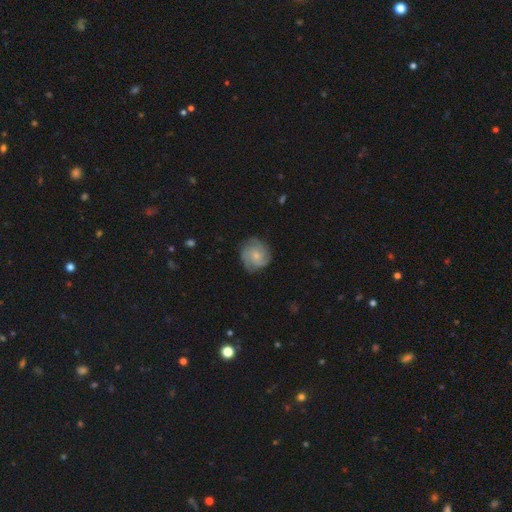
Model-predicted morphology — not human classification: smooth_or_featured: featured or disk (p=0.65) [alt: smooth p=0.28]
disk_edge_on: no (p=0.98) [alt: yes p=0.02]
bar: no (p=0.76) [alt: weak p=0.22]
has_spiral_arms: yes (p=0.93) [alt: no p=0.07]
spiral_winding: tight (p=0.52) [alt: medium p=0.37]
spiral_arm_count: 3 (p=0.41) [alt: can't tell p=0.22]
bulge_size: small (p=0.56) [alt: moderate p=0.36]
merging: none (p=0.77) [alt: minor disturbance p=0.18]